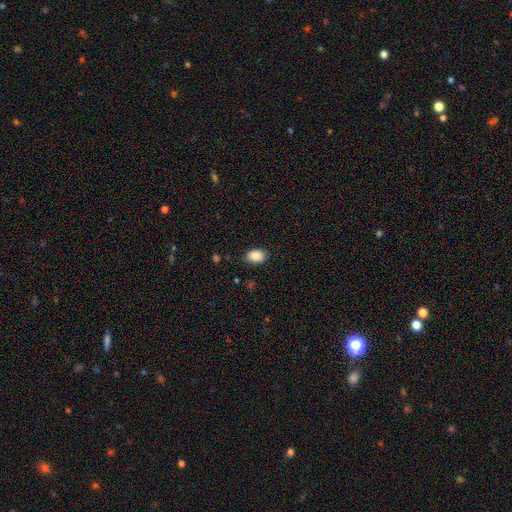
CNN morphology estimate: Q: Smooth or featured?
A: smooth (89%); runner-up: star or artifact (8%)
Q: How rounded?
A: in between (80%); runner-up: round (19%)
Q: Merging?
A: none (86%); runner-up: minor disturbance (11%)